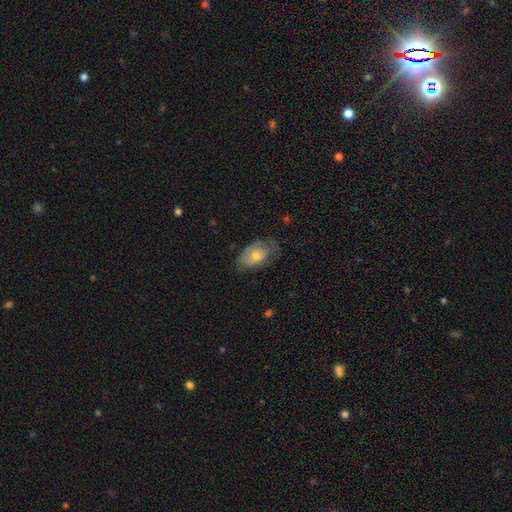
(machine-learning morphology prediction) type=smooth (53%); roundness=in between (90%); merging=none (57%).